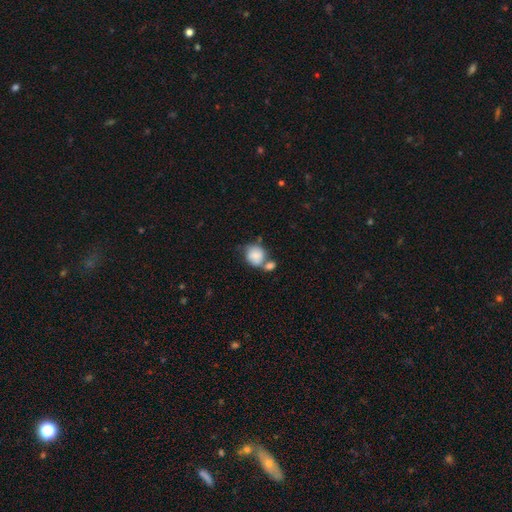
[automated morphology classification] Overall: smooth (78%). How rounded: round (68%; in between 31%). Merging: merger (45%; none 31%).